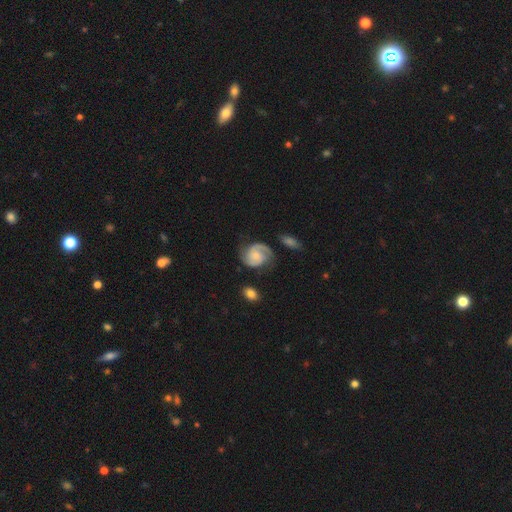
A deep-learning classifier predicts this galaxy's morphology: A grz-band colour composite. It shows a featured or disk galaxy (81%) with no bar (66%), 2 (79%) medium (45%) spiral arms (96%) and a small central bulge (56%). Merging: none (66%).